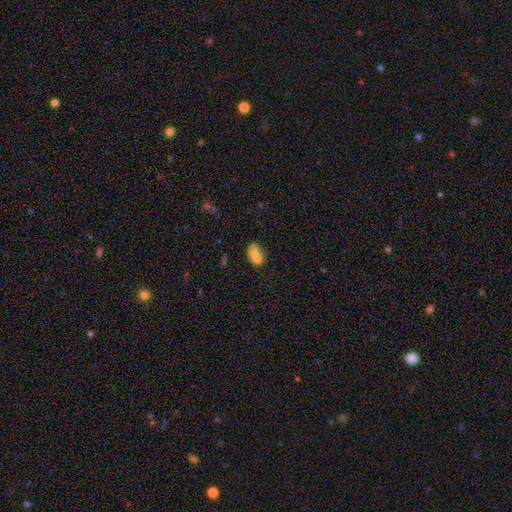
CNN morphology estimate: Smooth or featured: smooth — 67% (featured or disk — 22%)
How rounded: in between — 69% (round — 29%)
Merging: merger — 55% (none — 27%)